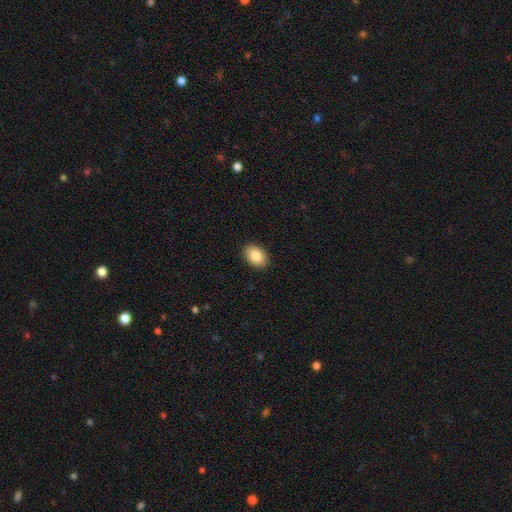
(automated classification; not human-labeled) Smooth or featured?
  - smooth: 85% *
  - featured or disk: 8%
  - star or artifact: 7%
How rounded?
  - in between: 81% *
  - round: 18%
  - cigar-shaped: 1%
Merging?
  - none: 90% *
  - minor disturbance: 7%
  - major disturbance: 2%
  - merger: 1%